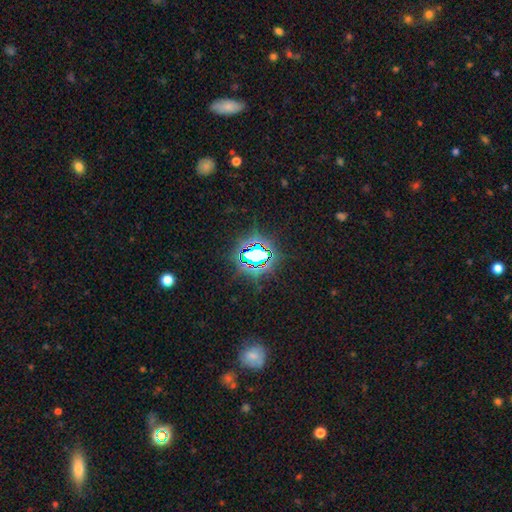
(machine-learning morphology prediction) Smooth or featured? Predicted: star or artifact (p=0.75).